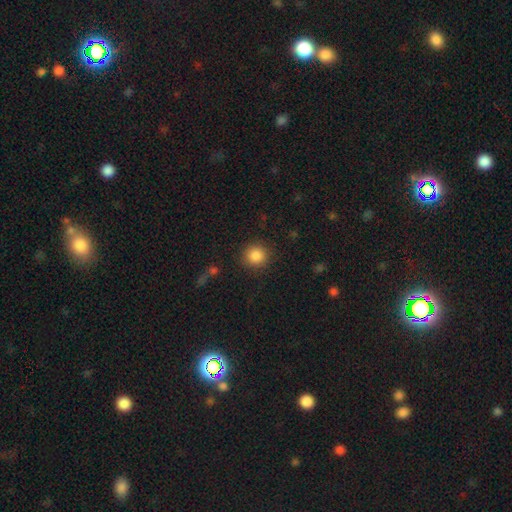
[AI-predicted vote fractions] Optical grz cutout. It shows a smooth galaxy with no disk features (87%) that is round (91%). Merging: none (89%).